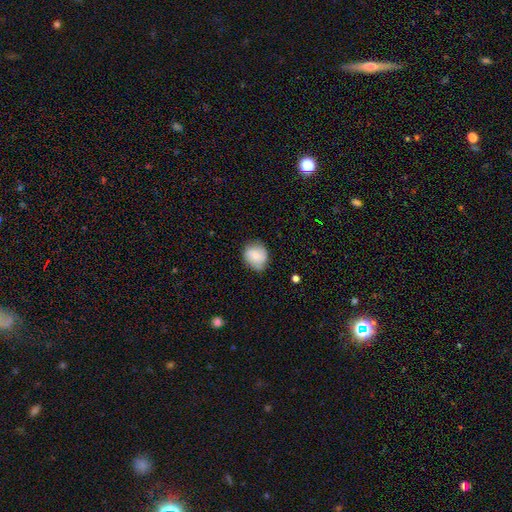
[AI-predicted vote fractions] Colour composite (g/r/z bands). It shows a smooth galaxy with no disk features (72%) that is round (75%). Merging: none (68%).